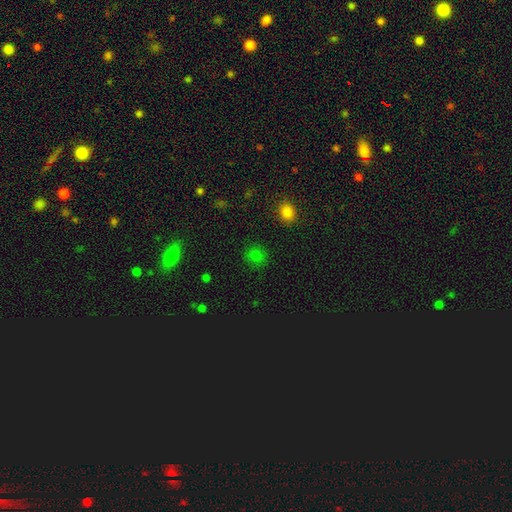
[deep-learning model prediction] A smooth galaxy with no disk features (74%) that is round (84%).

Vote fractions:
- Smooth or featured? smooth: 74% / star or artifact: 21% / featured or disk: 5%
- How rounded? round: 84% / in between: 15% / cigar-shaped: 1%
- Merging? none: 85% / minor disturbance: 9% / major disturbance: 3% / merger: 2%